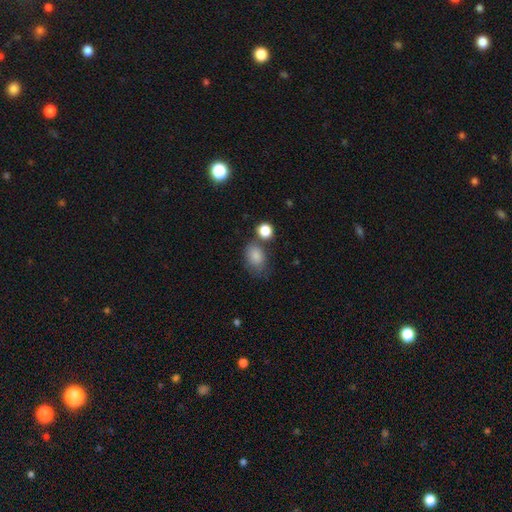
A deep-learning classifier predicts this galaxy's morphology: Smooth or featured: smooth — 84% (star or artifact — 9%)
How rounded: in between — 75% (round — 24%)
Merging: none — 55% (minor disturbance — 23%)